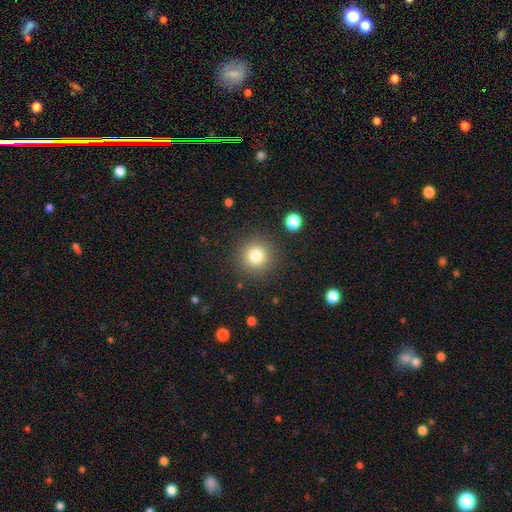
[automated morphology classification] This is clearly a smooth galaxy (80%). How rounded: clearly round (95%). Merging: clearly none (89%).